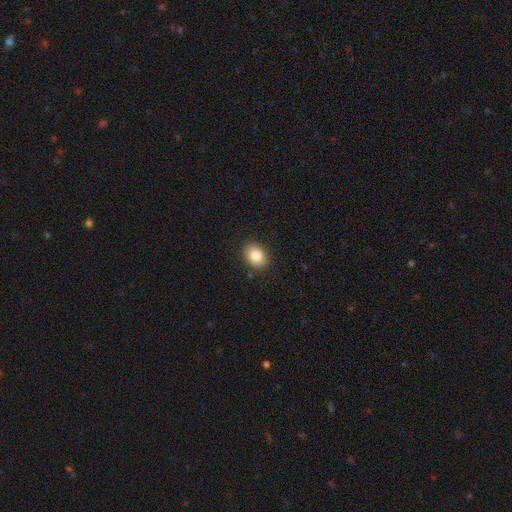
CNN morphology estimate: This is clearly a smooth galaxy (84%). How rounded: likely in between (67%). Merging: clearly none (89%).